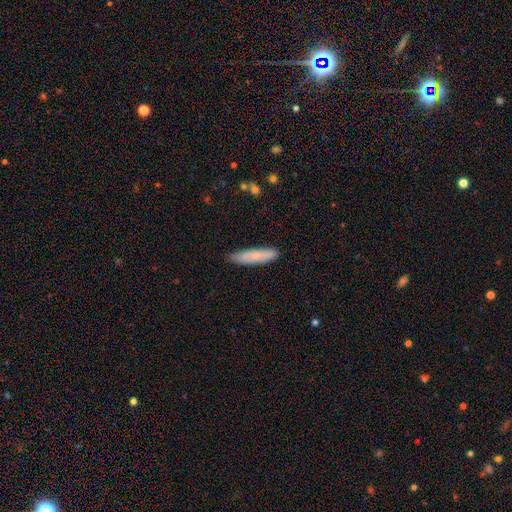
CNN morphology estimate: type=smooth (71%); roundness=cigar-shaped (75%); merging=none (83%).